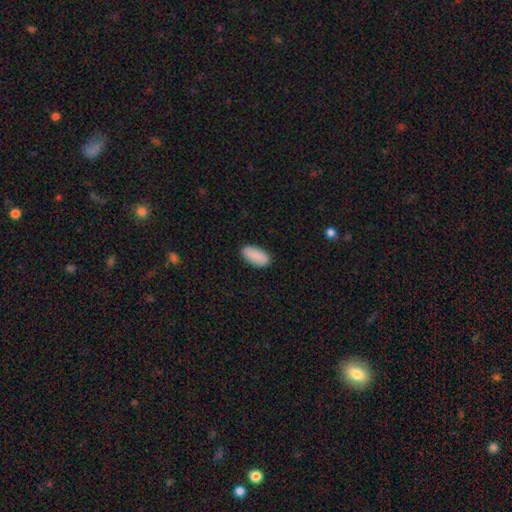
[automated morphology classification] A smooth galaxy with no disk features (89%) that is in between round and cigar-shaped (91%). Merging: none (88%).